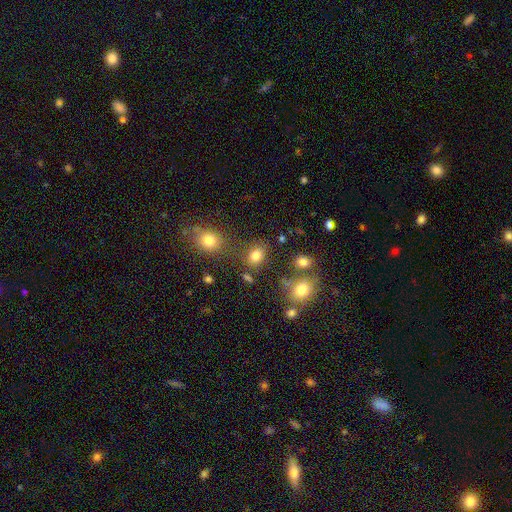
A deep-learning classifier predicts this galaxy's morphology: smooth_or_featured: smooth (p=0.80) [alt: star or artifact p=0.13]
how_rounded: in between (p=0.64) [alt: round p=0.35]
merging: none (p=0.72) [alt: minor disturbance p=0.13]